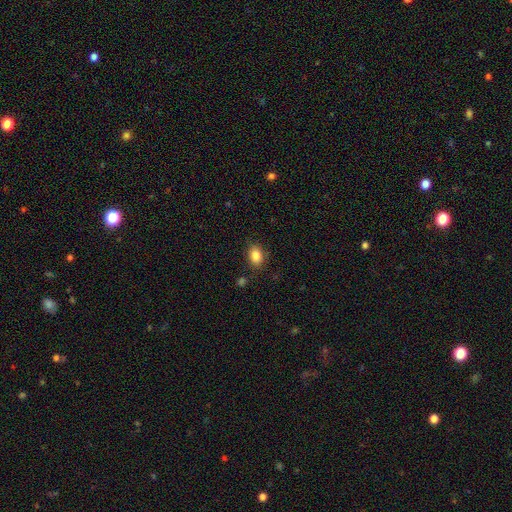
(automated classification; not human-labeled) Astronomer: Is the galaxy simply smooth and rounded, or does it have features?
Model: smooth — 86%.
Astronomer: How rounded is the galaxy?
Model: in between — 78%.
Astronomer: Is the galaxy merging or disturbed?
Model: none — 83%.